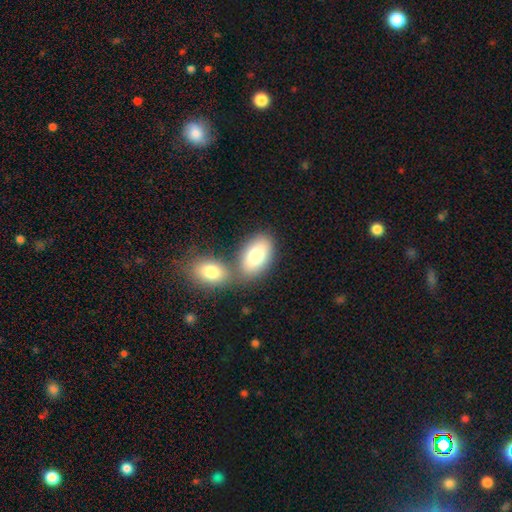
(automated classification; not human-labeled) Q: Smooth or featured?
A: smooth (78%); runner-up: featured or disk (15%)
Q: How rounded?
A: in between (91%); runner-up: round (7%)
Q: Merging?
A: none (51%); runner-up: merger (35%)